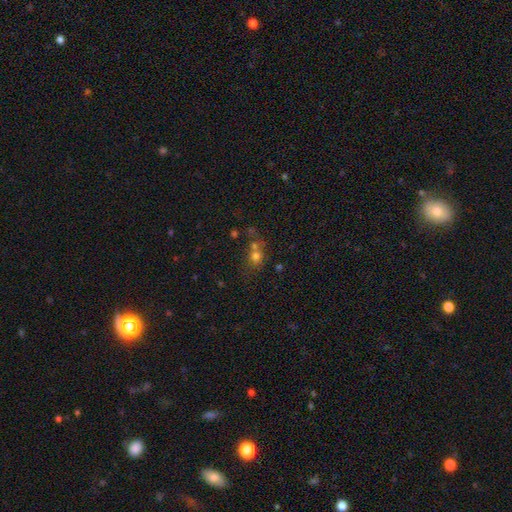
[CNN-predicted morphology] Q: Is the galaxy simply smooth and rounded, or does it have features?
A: smooth — 65%.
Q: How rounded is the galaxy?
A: round — 78%.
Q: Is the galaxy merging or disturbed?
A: none — 46%.